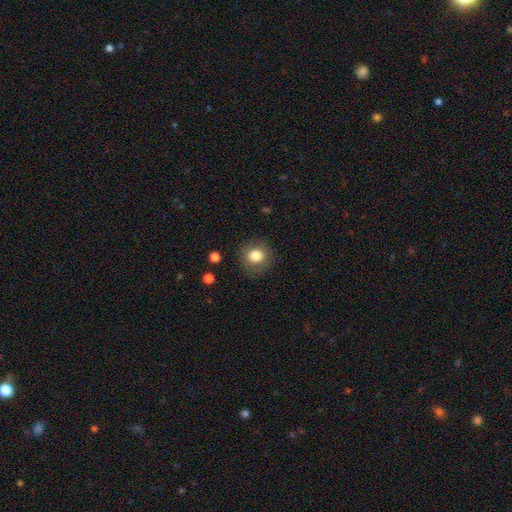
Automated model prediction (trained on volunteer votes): smooth 80%, featured or disk 10%, star or artifact 10%. Down the decision tree: how rounded — round (84%); merging — none (85%).